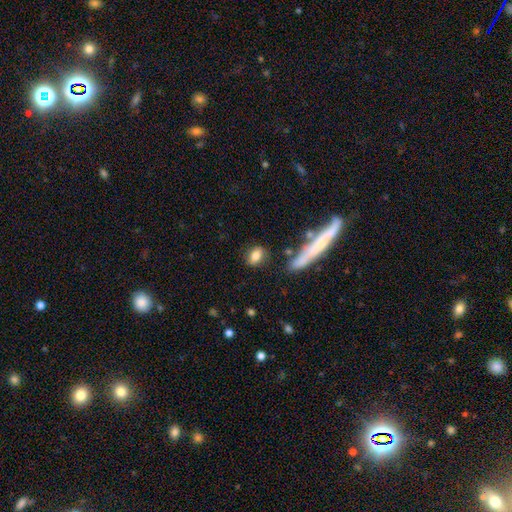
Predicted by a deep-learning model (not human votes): This appears to be a smooth galaxy with no disk features (81%) that is in between round and cigar-shaped (70%). Merging: none (79%).